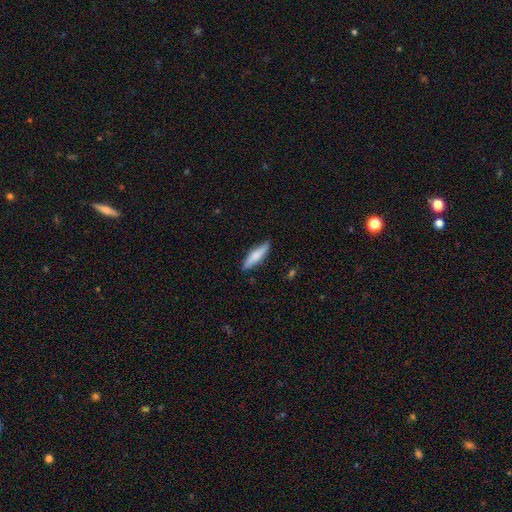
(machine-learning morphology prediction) Smooth or featured? Predicted: smooth (p=0.71). How rounded? Predicted: cigar-shaped (p=0.74). Merging? Predicted: none (p=0.86).